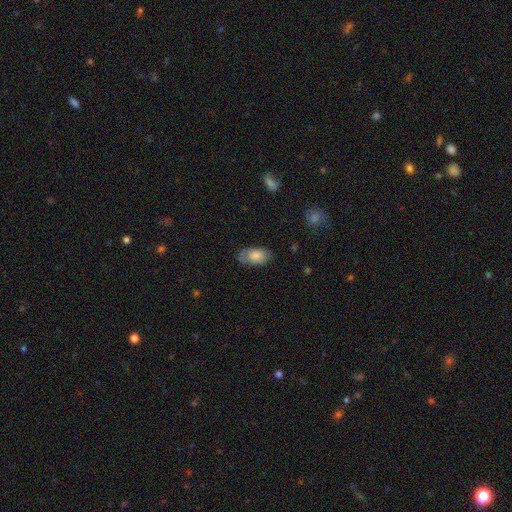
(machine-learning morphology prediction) A smooth galaxy with no disk features (80%) that is in between round and cigar-shaped (93%).

Vote fractions:
- Smooth or featured? smooth: 80% / featured or disk: 13% / star or artifact: 7%
- How rounded? in between: 93% / round: 5% / cigar-shaped: 2%
- Merging? none: 68% / minor disturbance: 24% / major disturbance: 7% / merger: 2%